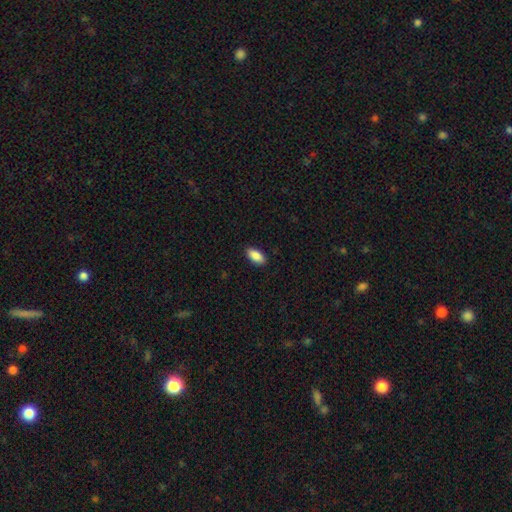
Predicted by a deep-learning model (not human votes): smooth_or_featured: smooth (p=0.89) [alt: star or artifact p=0.07]
how_rounded: in between (p=0.91) [alt: cigar-shaped p=0.06]
merging: none (p=0.88) [alt: minor disturbance p=0.09]